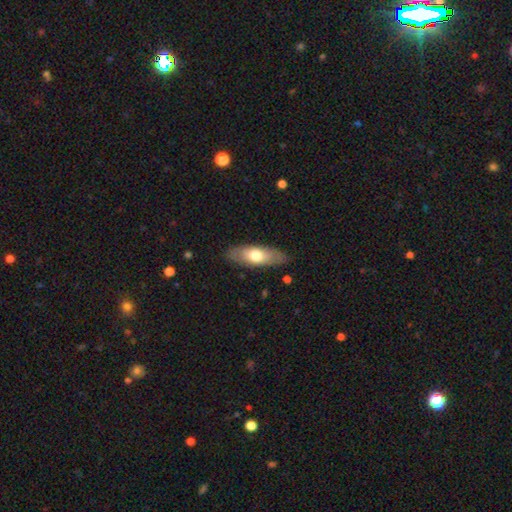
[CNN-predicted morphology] Q: Smooth or featured?
A: smooth (63%); runner-up: featured or disk (31%)
Q: How rounded?
A: in between (65%); runner-up: cigar-shaped (33%)
Q: Merging?
A: none (84%); runner-up: minor disturbance (12%)